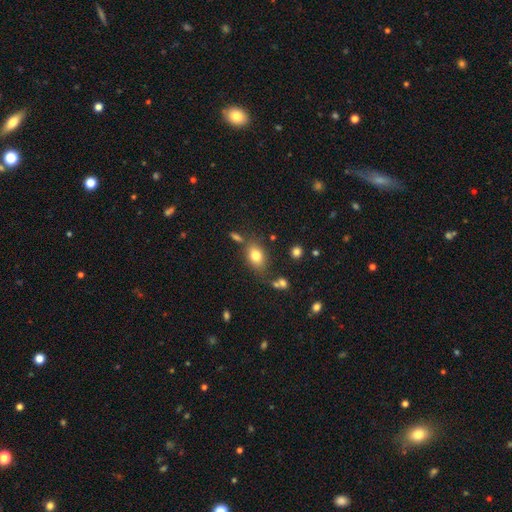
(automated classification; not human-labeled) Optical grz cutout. It shows a smooth galaxy with no disk features (79%) that is in between round and cigar-shaped (77%). Merging: none (69%).